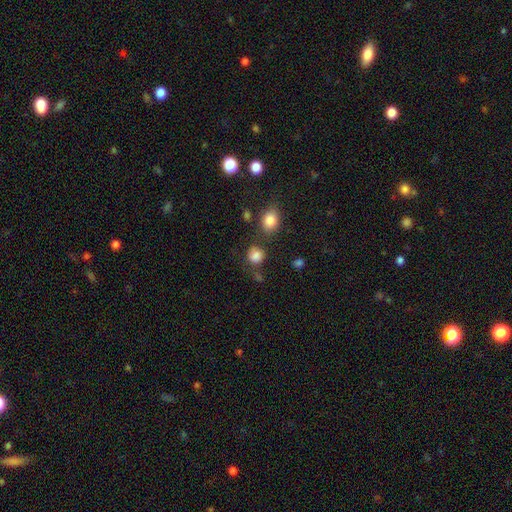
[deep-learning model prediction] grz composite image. It shows a smooth galaxy with no disk features (83%) that is round (78%). Merging: none (64%).